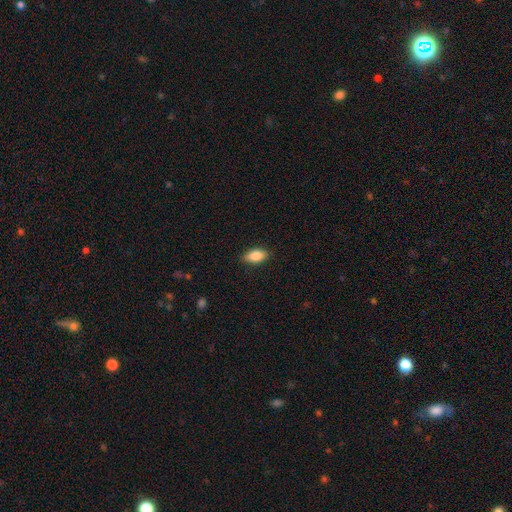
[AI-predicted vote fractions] Smooth or featured? smooth (84%)
How rounded? in between (90%)
Merging? none (87%)